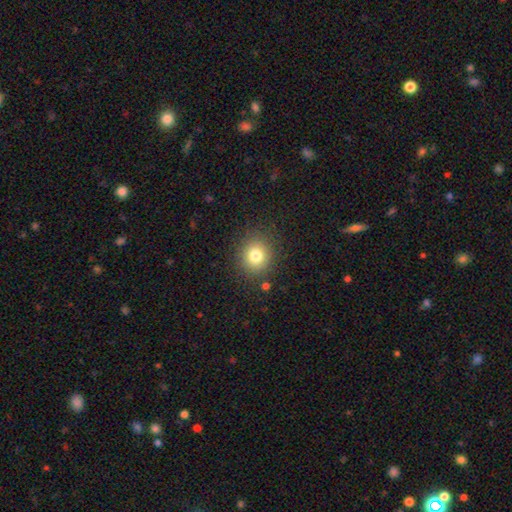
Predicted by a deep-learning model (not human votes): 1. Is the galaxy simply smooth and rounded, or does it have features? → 79% smooth, 13% star or artifact, 8% featured or disk.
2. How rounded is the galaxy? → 82% round, 17% in between, 1% cigar-shaped.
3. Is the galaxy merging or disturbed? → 87% none, 8% minor disturbance, 3% major disturbance, 2% merger.